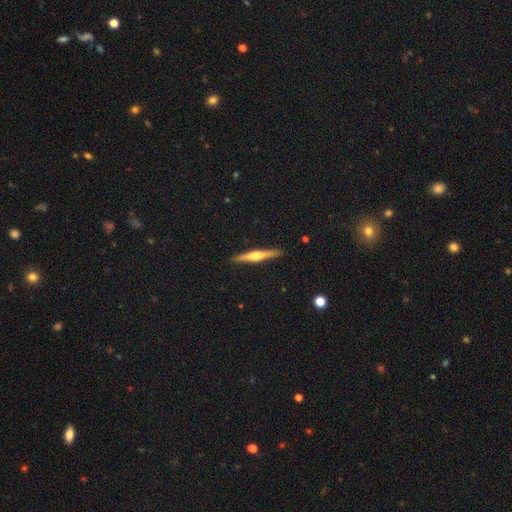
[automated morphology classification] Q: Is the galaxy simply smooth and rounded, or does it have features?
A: featured or disk — 72%.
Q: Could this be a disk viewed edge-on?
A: yes — 98%.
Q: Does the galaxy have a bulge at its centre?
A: rounded — 90%.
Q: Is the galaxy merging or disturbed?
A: none — 92%.